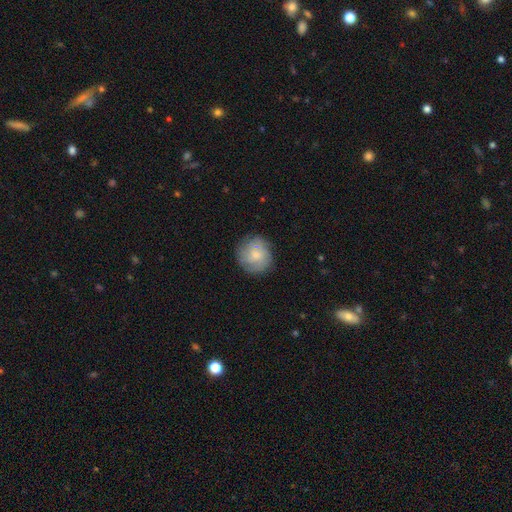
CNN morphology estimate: The model was most divided on "smooth or featured": smooth: 52%, featured or disk: 40%, star or artifact: 8%. More confident: how rounded — round (89%); merging — none (79%).